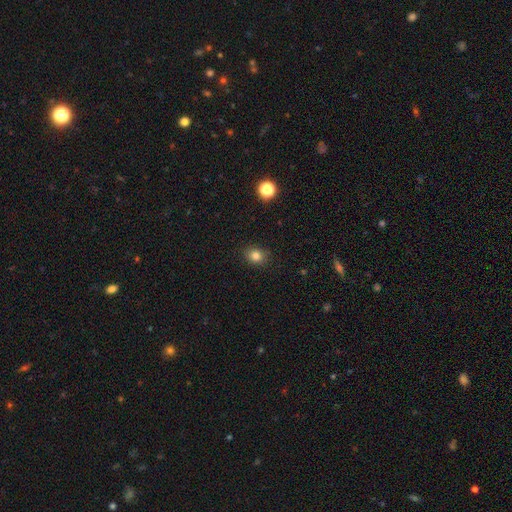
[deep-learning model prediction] This is clearly a smooth galaxy (81%). How rounded: likely round (61%). Merging: clearly none (88%).